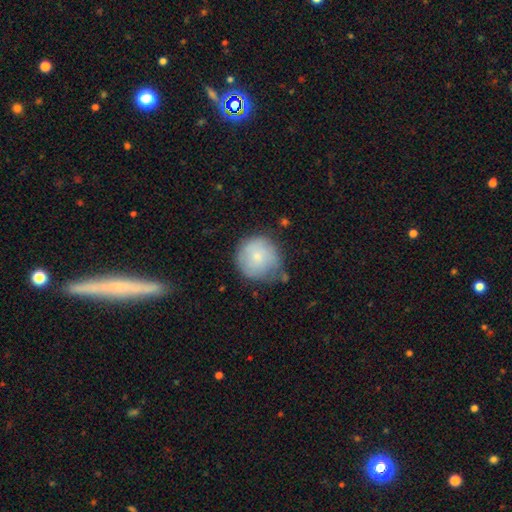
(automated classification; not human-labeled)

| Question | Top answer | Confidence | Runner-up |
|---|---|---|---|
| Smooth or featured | smooth | 74% | featured or disk (19%) |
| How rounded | round | 92% | in between (7%) |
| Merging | none | 62% | minor disturbance (28%) |